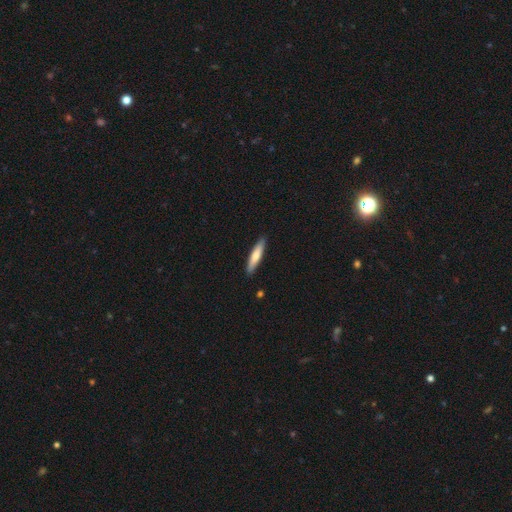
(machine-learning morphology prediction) A smooth galaxy with no disk features (69%) that is cigar-shaped (86%). Merging: none (90%).